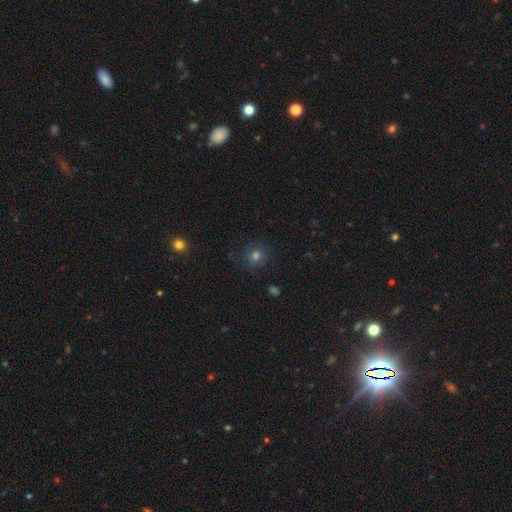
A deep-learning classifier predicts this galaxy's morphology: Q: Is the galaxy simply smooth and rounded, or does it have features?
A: smooth — 70%.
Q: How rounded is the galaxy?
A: round — 87%.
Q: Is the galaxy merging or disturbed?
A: none — 81%.